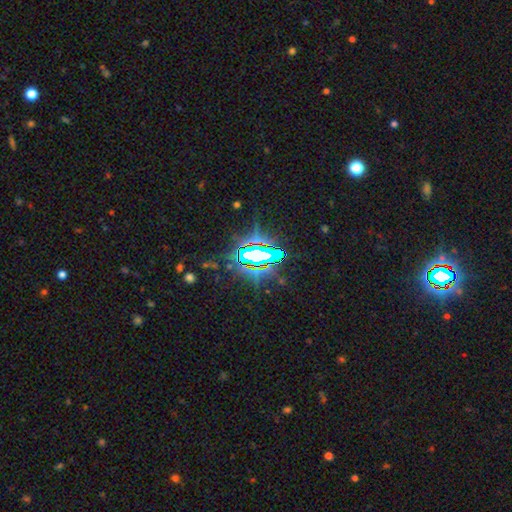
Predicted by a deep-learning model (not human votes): Q: Smooth or featured?
A: star or artifact (76%); runner-up: featured or disk (12%)